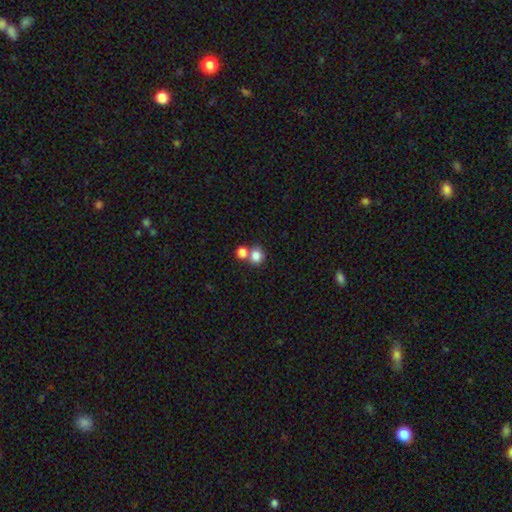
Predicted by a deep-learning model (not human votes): smooth 82%, star or artifact 11%, featured or disk 7%. Down the decision tree: how rounded — round (83%); merging — none (52%).